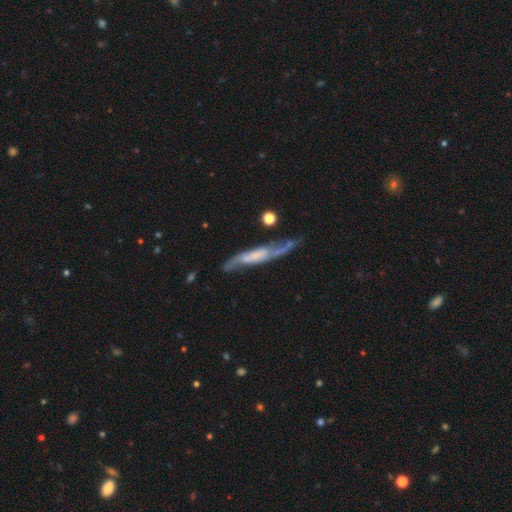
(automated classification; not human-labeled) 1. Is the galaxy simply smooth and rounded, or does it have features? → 77% featured or disk, 16% smooth, 6% star or artifact.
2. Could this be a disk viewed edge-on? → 64% no, 36% yes.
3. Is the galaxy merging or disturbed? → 59% none, 24% minor disturbance, 13% major disturbance, 5% merger.